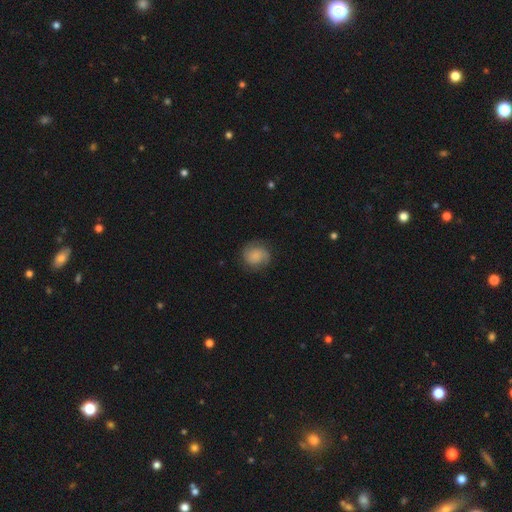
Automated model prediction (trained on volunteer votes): Smooth or featured? Predicted: smooth (p=0.53). How rounded? Predicted: round (p=0.78). Merging? Predicted: none (p=0.75).